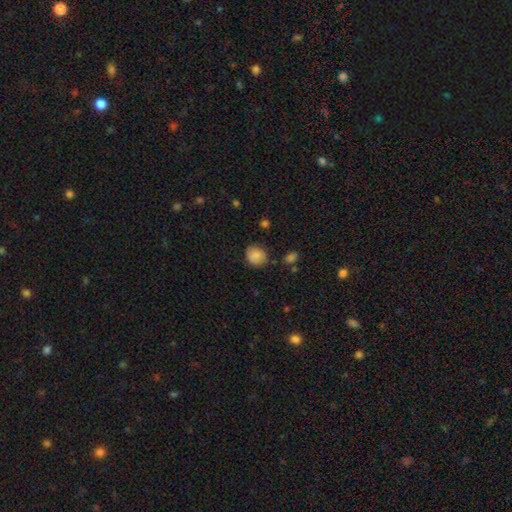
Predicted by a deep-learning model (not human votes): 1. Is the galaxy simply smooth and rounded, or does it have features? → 84% smooth, 9% star or artifact, 7% featured or disk.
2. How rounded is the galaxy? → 80% round, 19% in between, 1% cigar-shaped.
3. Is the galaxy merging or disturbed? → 78% none, 16% minor disturbance, 4% major disturbance, 2% merger.